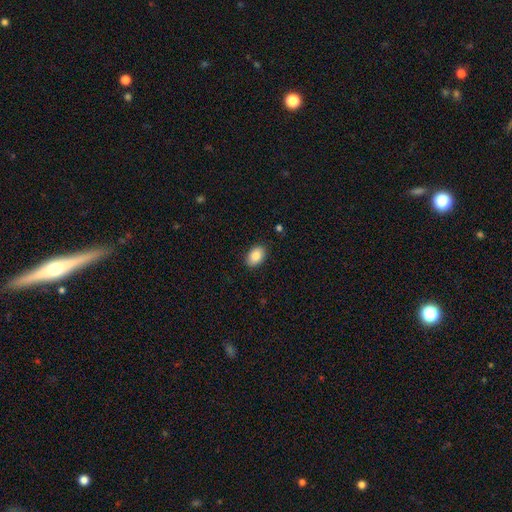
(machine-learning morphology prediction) This is clearly a smooth galaxy (86%). How rounded: clearly in between (85%). Merging: clearly none (88%).